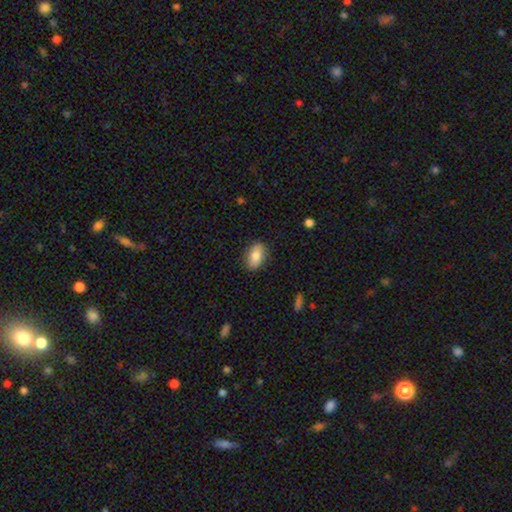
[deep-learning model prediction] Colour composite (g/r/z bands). It shows a smooth galaxy with no disk features (82%) that is in between round and cigar-shaped (89%). Merging: none (85%).